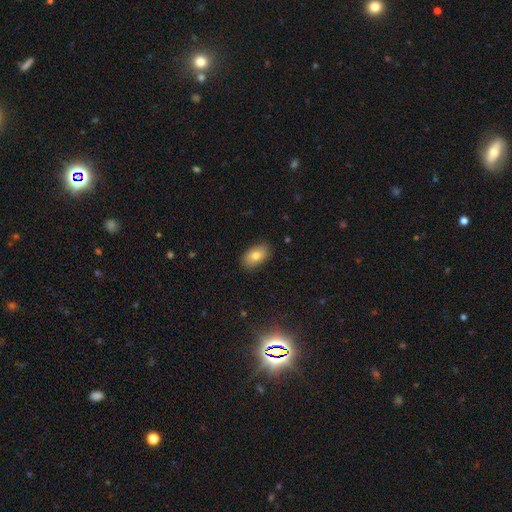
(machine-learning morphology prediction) Q: Smooth or featured?
A: smooth (79%); runner-up: featured or disk (13%)
Q: How rounded?
A: in between (90%); runner-up: round (8%)
Q: Merging?
A: none (86%); runner-up: minor disturbance (11%)